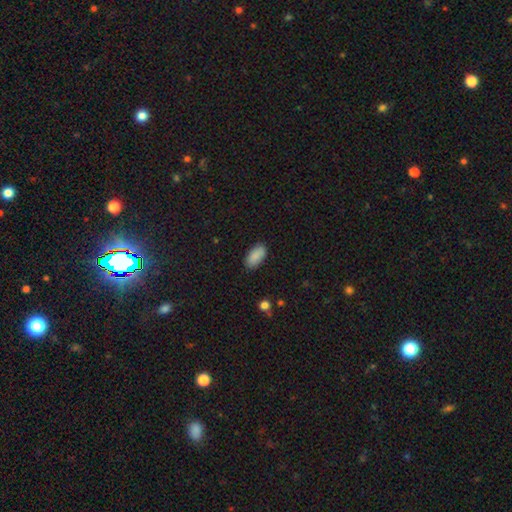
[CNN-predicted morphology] This appears to be a smooth galaxy with no disk features (89%) that is in between round and cigar-shaped (93%). Merging: none (87%).